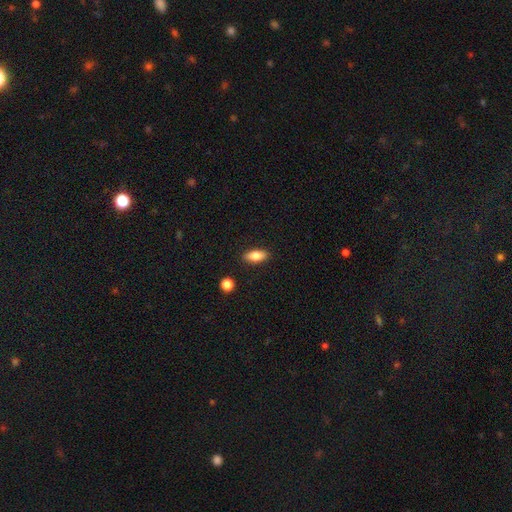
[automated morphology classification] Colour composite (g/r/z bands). It shows a smooth galaxy with no disk features (78%) that is in between round and cigar-shaped (81%). Merging: none (88%).